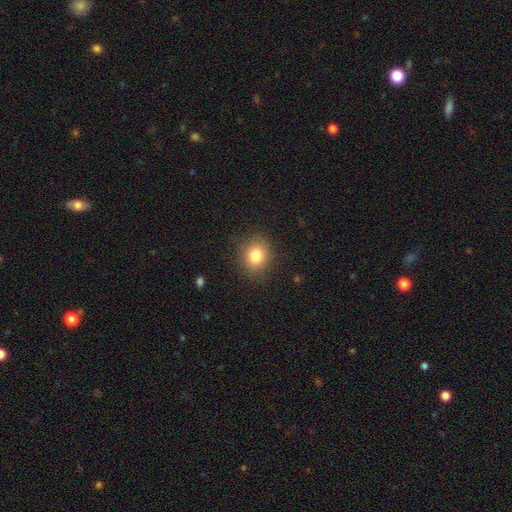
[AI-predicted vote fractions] This is clearly a smooth galaxy (81%). How rounded: likely round (69%). Merging: clearly none (85%).